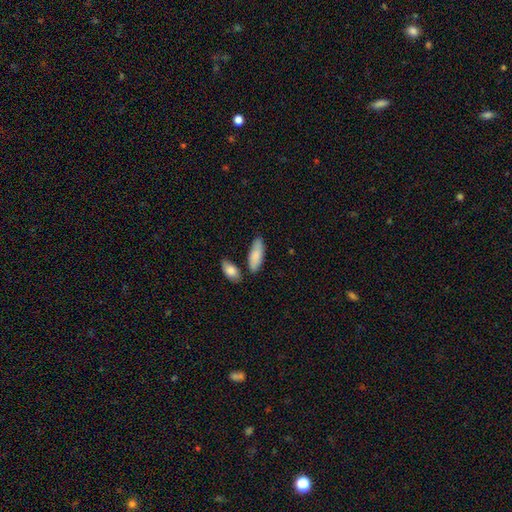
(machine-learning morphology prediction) Smooth or featured?
  - smooth: 84% *
  - featured or disk: 11%
  - star or artifact: 5%
How rounded?
  - in between: 74% *
  - cigar-shaped: 24%
  - round: 2%
Merging?
  - none: 72% *
  - minor disturbance: 15%
  - merger: 9%
  - major disturbance: 3%